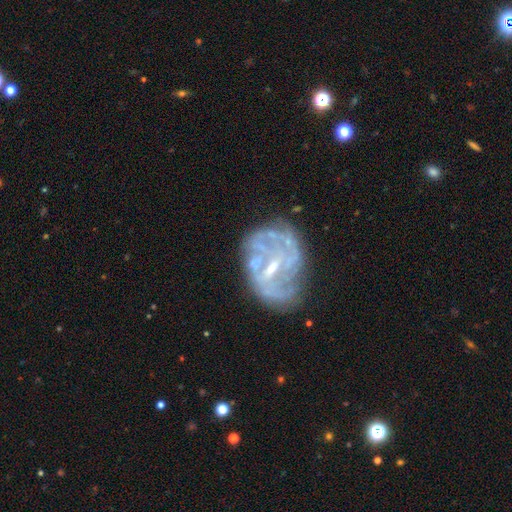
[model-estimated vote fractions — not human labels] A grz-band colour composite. It shows a featured or disk galaxy (78%) with a weak bar (51%), tight (44%) spiral arms (66%) and a small central bulge (55%). Merging: none (51%).